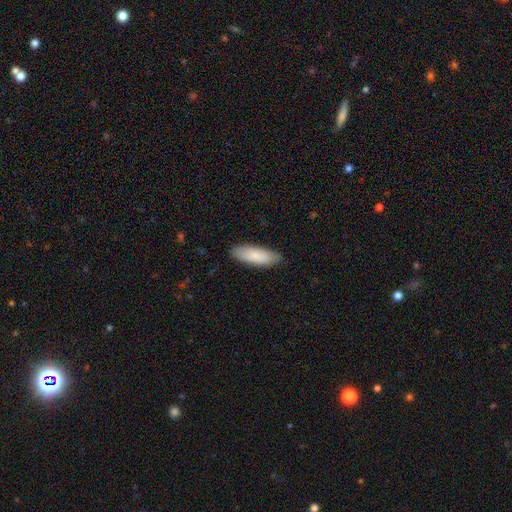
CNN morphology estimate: Smooth or featured? Predicted: smooth (p=0.84). How rounded? Predicted: in between (p=0.63). Merging? Predicted: none (p=0.85).